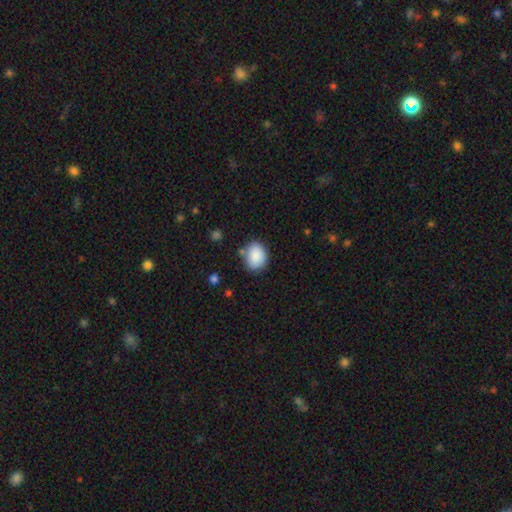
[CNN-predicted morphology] A smooth galaxy with no disk features (88%) that is in between round and cigar-shaped (53%).

Vote fractions:
- Smooth or featured? smooth: 88% / star or artifact: 7% / featured or disk: 5%
- How rounded? in between: 53% / round: 46% / cigar-shaped: 1%
- Merging? none: 75% / minor disturbance: 16% / merger: 5% / major disturbance: 4%